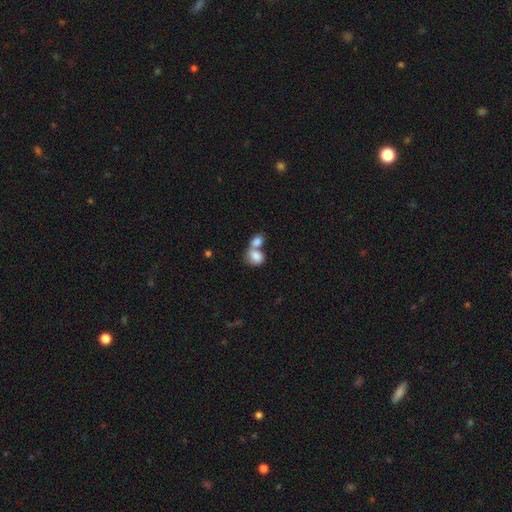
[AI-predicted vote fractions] Smooth or featured?
  - smooth: 82% *
  - featured or disk: 11%
  - star or artifact: 7%
How rounded?
  - in between: 58% *
  - round: 40%
  - cigar-shaped: 1%
Merging?
  - merger: 70% *
  - none: 20%
  - minor disturbance: 6%
  - major disturbance: 4%